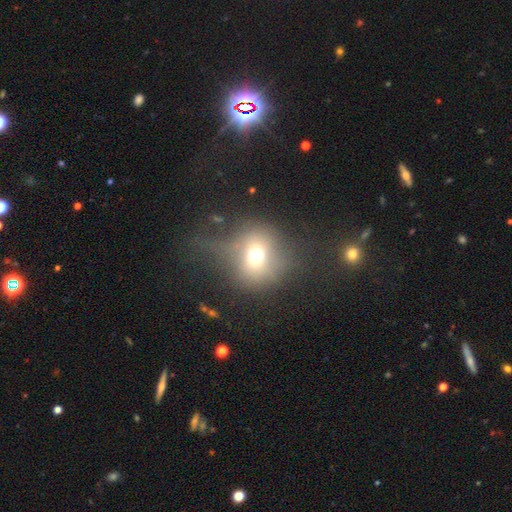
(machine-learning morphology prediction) smooth 64%, star or artifact 20%, featured or disk 16%. Down the decision tree: how rounded — round (80%); merging — none (52%).